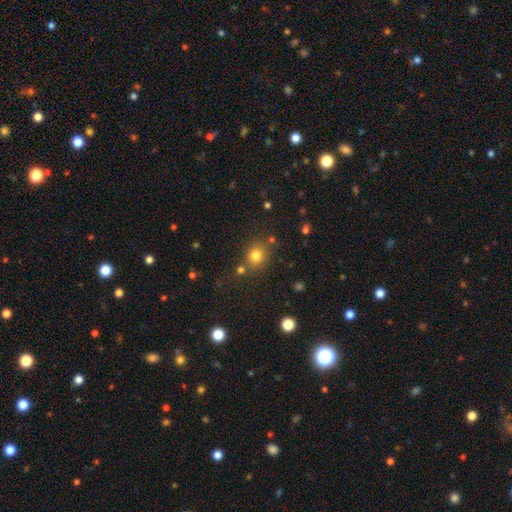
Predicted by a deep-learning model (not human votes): Overall: smooth (78%). How rounded: round (79%). Merging: none (74%).